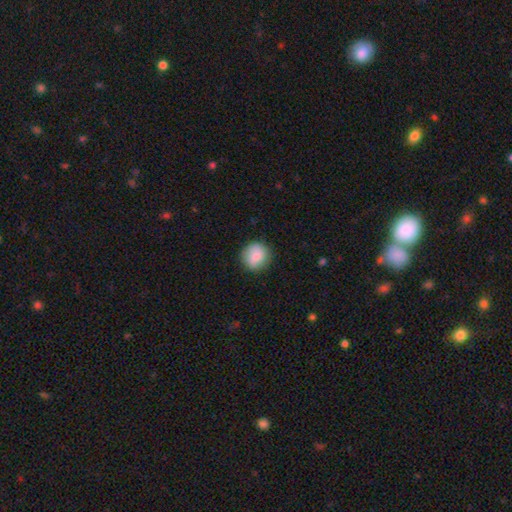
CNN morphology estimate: The model was most divided on "smooth or featured": smooth: 83%, featured or disk: 9%, star or artifact: 7%. More confident: how rounded — round (90%); merging — none (86%).